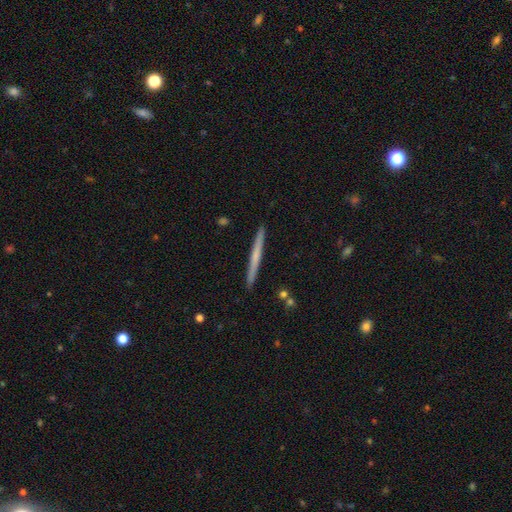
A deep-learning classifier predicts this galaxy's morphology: smooth-or-featured: smooth: 47% (tied) | featured or disk: 47% (tied) | star or artifact: 6%
  merging: none: 92% | minor disturbance: 6% | merger: 1% | major disturbance: 1%